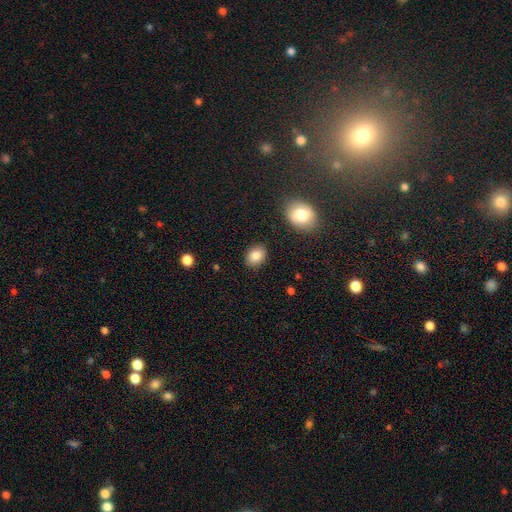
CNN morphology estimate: Smooth or featured? smooth (85%)
How rounded? in between (55%)
Merging? none (87%)